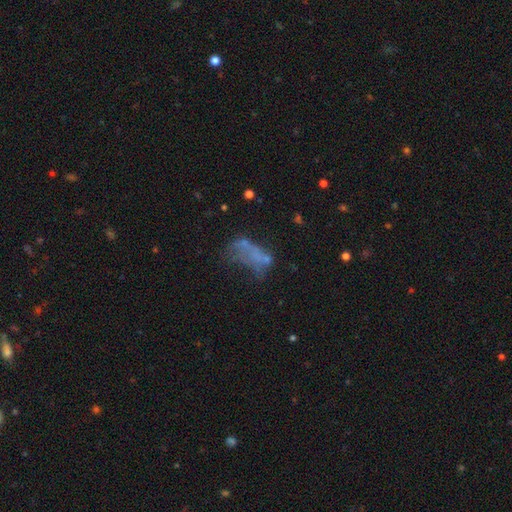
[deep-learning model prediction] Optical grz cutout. It shows a featured or disk galaxy (41%). Merging: major disturbance (39%).